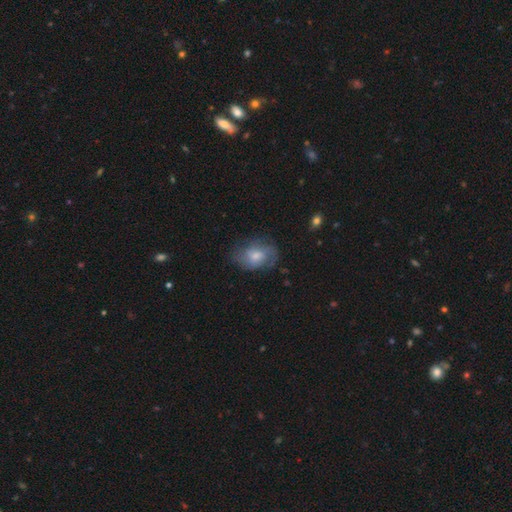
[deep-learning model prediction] This is possibly a smooth galaxy (55%). How rounded: likely in between (72%). Merging: possibly none (58%).